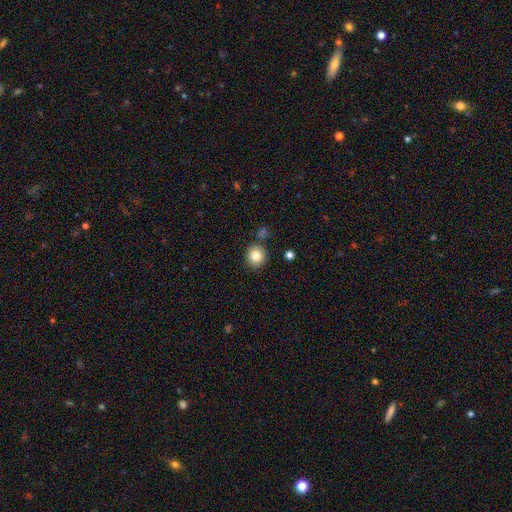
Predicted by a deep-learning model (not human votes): Smooth or featured?
  - smooth: 83% *
  - star or artifact: 10%
  - featured or disk: 7%
How rounded?
  - round: 86% *
  - in between: 13%
  - cigar-shaped: 1%
Merging?
  - none: 84% *
  - minor disturbance: 8%
  - merger: 5%
  - major disturbance: 2%